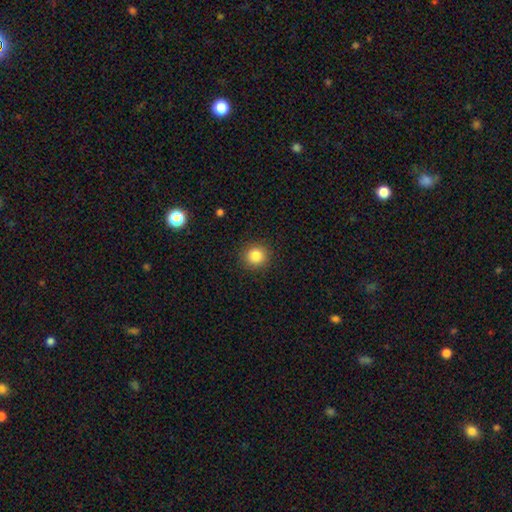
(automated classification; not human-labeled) Smooth or featured? Predicted: smooth (p=0.85). How rounded? Predicted: round (p=0.91). Merging? Predicted: none (p=0.91).